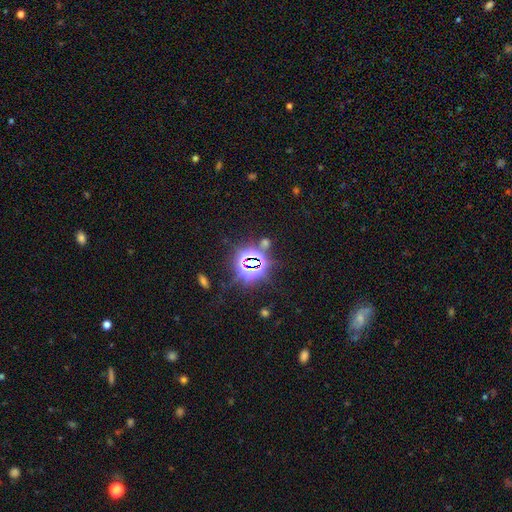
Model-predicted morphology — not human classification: Smooth or featured: star or artifact — 80% (smooth — 13%)